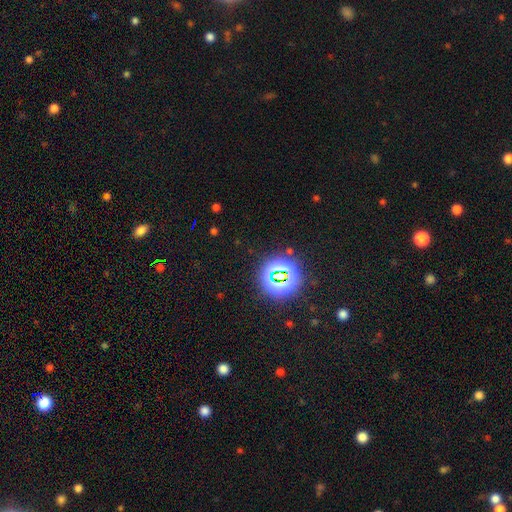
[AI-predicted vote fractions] Morphology: type=star or artifact (78%).